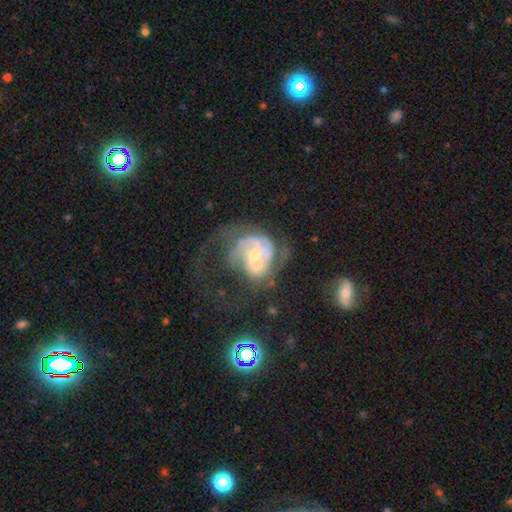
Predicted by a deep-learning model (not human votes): This is likely a featured or disk galaxy (74%). It is clearly not viewed edge-on (98%). Bar: likely no (68%). Spiral arm pattern: likely yes (69%). Spiral arm count: marginally can't tell (37%). Spiral winding: marginally medium (39%). Central bulge: marginally small (45%). Merging: marginally major disturbance (41%).